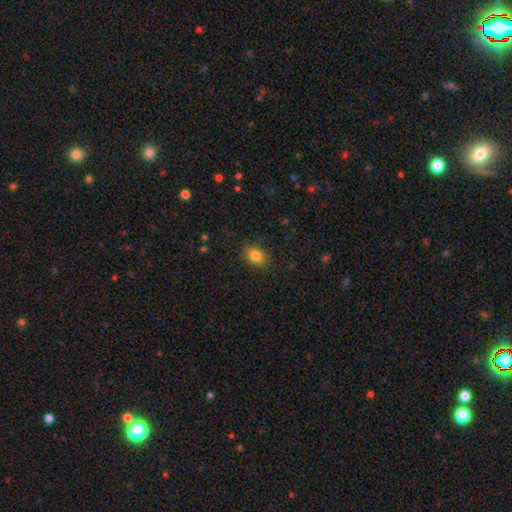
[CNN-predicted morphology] Smooth or featured? smooth (84%)
How rounded? in between (70%)
Merging? none (86%)